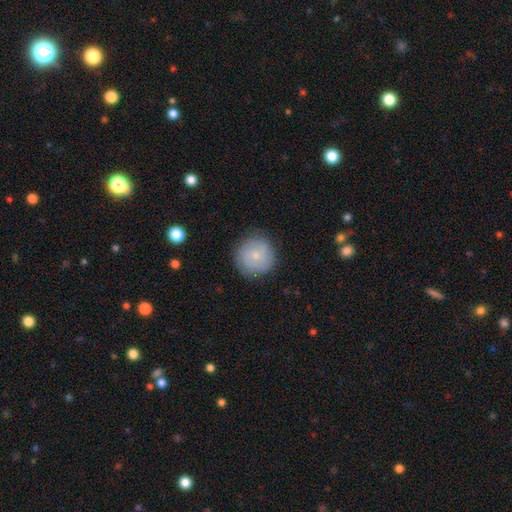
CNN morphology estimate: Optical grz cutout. It shows a smooth galaxy with no disk features (64%) that is round (94%). Merging: none (83%).